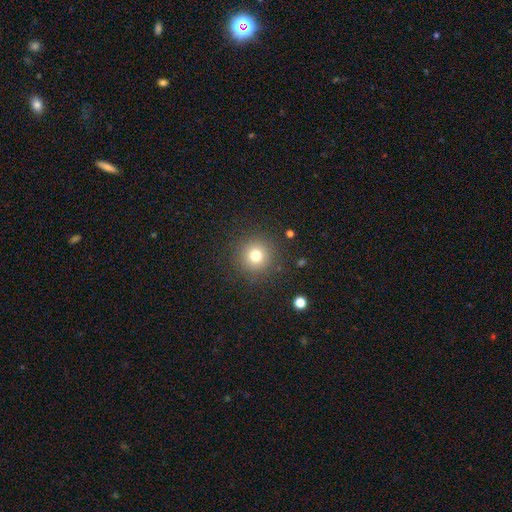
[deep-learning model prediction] The model was most divided on "smooth or featured": smooth: 75%, star or artifact: 15%, featured or disk: 9%. More confident: how rounded — round (95%); merging — none (89%).